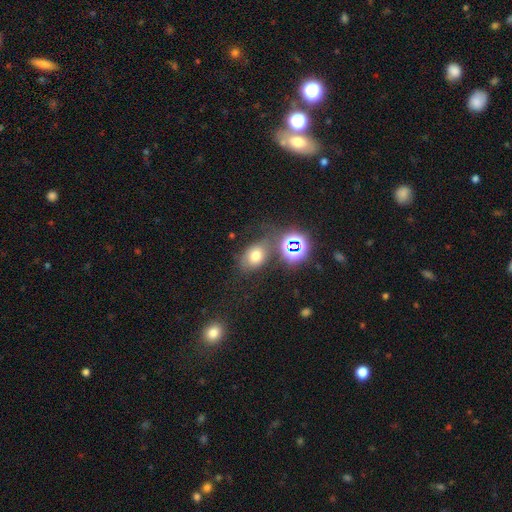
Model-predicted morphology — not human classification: type=smooth (63%); roundness=in between (69%); merging=none (62%).